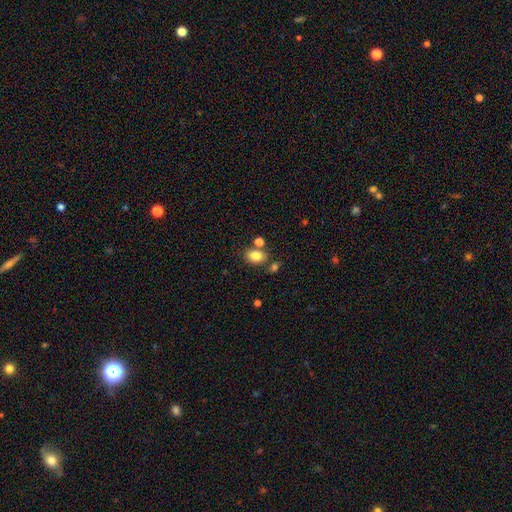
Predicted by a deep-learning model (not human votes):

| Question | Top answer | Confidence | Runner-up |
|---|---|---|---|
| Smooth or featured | smooth | 82% | star or artifact (10%) |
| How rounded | in between | 68% | round (31%) |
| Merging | none | 66% | merger (17%) |